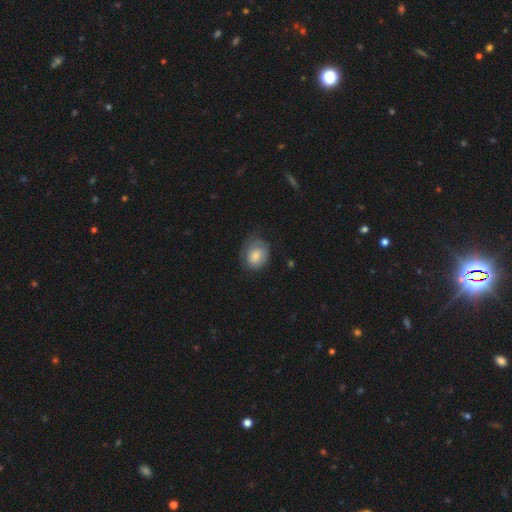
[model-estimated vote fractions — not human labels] Smooth or featured? smooth (61%)
How rounded? round (52%)
Merging? none (56%)